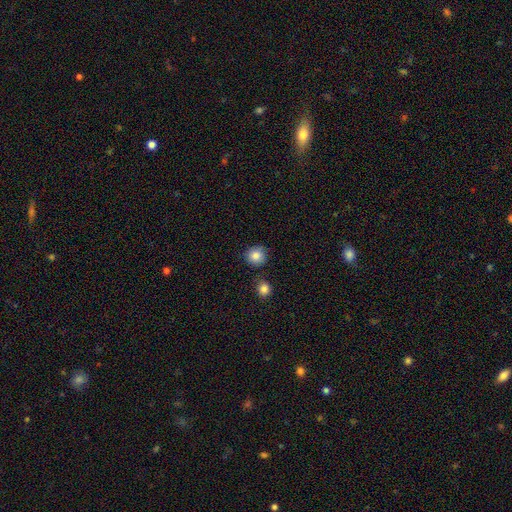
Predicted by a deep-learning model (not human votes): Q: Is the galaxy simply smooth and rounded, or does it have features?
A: smooth — 85%.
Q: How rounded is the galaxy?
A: round — 91%.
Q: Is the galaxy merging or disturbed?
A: none — 81%.